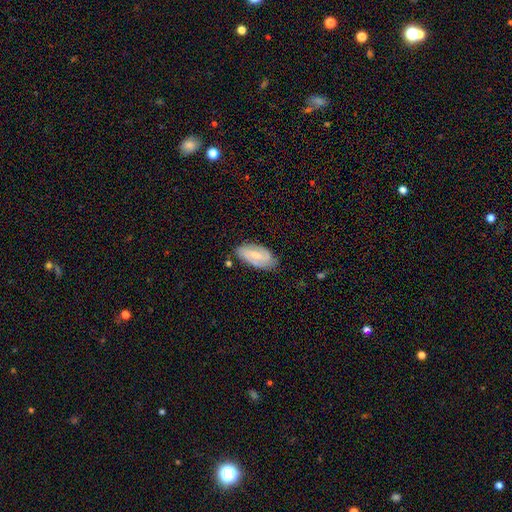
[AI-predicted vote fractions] featured or disk 68%, smooth 26%, star or artifact 6%. Down the decision tree: edge-on disk — no (94%); bar — weak (52%); spiral arms — yes (90%); spiral arm count — 2 (80%); spiral winding — medium (42%); bulge size — small (52%); merging — none (78%).